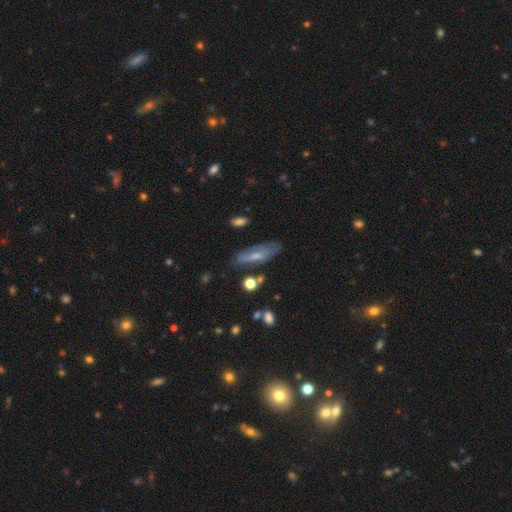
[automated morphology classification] Smooth or featured? Predicted: featured or disk (p=0.46, tied with smooth). Merging? Predicted: none (p=0.65).